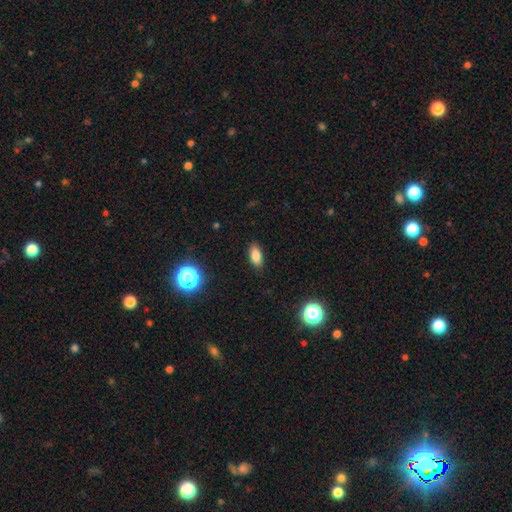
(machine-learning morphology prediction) Overall: smooth (82%). How rounded: in between (86%). Merging: none (87%).